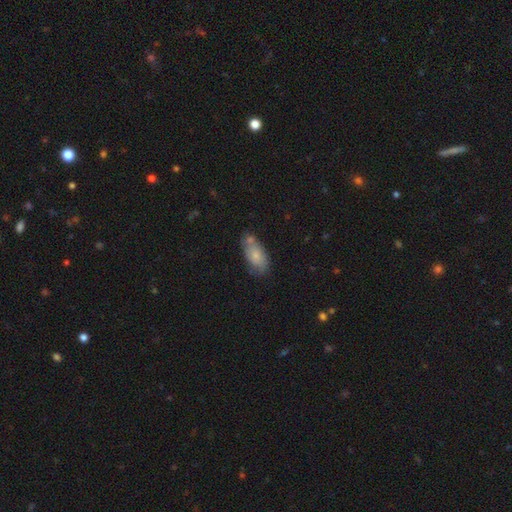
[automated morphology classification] Smooth or featured? Predicted: smooth (p=0.70). How rounded? Predicted: in between (p=0.89). Merging? Predicted: none (p=0.55).